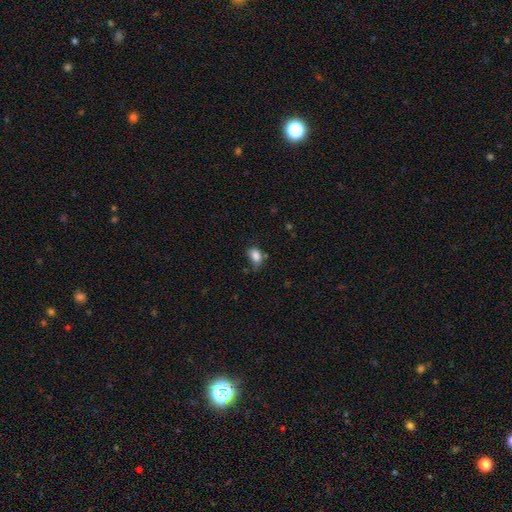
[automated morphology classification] type=smooth (83%); roundness=in between (82%); merging=none (48%).